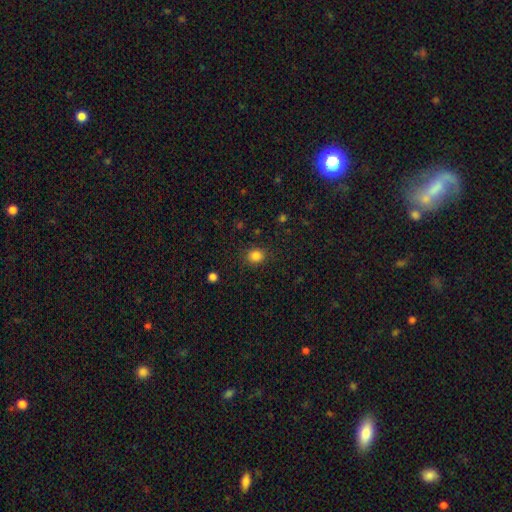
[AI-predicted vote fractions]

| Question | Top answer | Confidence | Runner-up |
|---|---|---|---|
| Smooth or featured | smooth | 84% | star or artifact (12%) |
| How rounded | round | 71% | in between (28%) |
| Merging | none | 87% | minor disturbance (9%) |